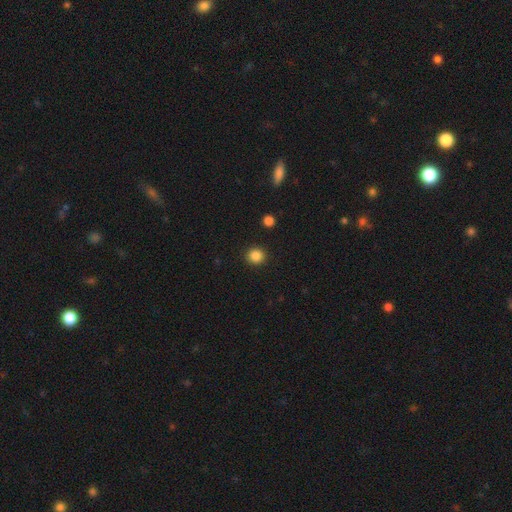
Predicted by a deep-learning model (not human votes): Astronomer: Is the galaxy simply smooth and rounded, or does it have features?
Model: smooth — 85%.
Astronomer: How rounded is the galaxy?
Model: round — 91%.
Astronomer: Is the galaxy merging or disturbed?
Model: none — 92%.